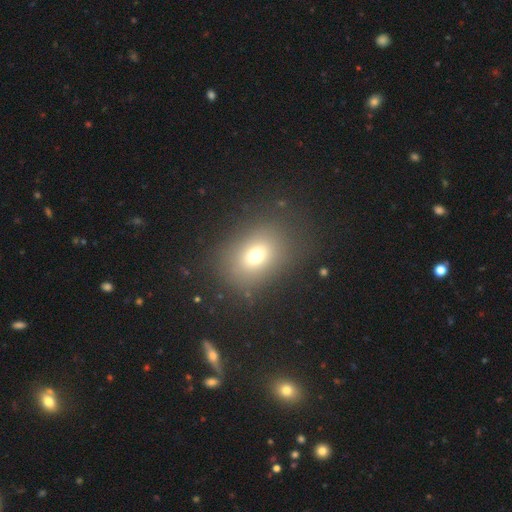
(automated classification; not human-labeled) Q: Smooth or featured?
A: smooth (69%); runner-up: star or artifact (18%)
Q: How rounded?
A: in between (51%); runner-up: round (47%)
Q: Merging?
A: none (78%); runner-up: minor disturbance (11%)